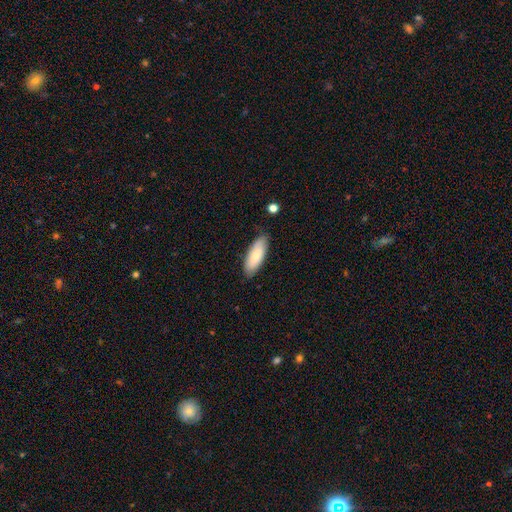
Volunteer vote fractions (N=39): Morphology: type=smooth (82%); roundness=in between (66%); merging=none (82%).